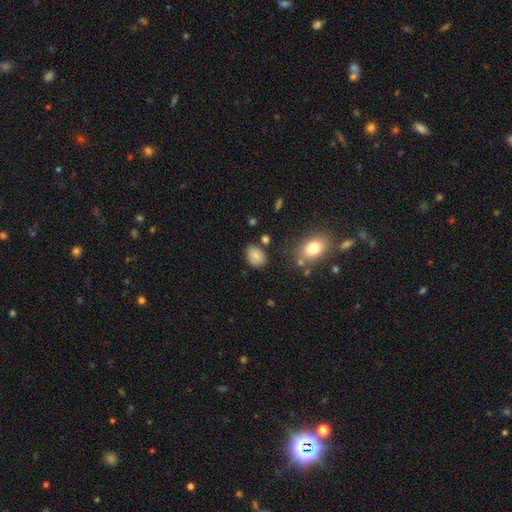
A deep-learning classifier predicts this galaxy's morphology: Smooth or featured: smooth — 82% (star or artifact — 10%)
How rounded: in between — 57% (round — 42%)
Merging: none — 75% (minor disturbance — 16%)